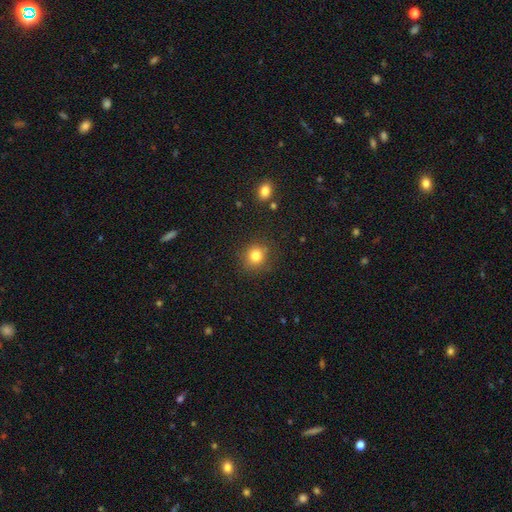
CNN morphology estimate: This is clearly a smooth galaxy (81%). How rounded: clearly round (81%). Merging: clearly none (83%).